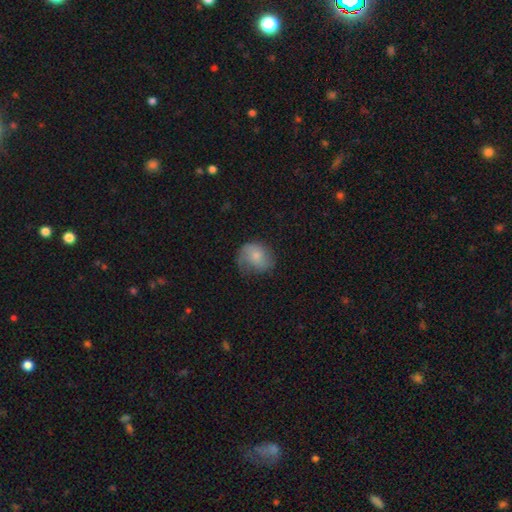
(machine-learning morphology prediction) type=smooth (60%); roundness=round (67%); merging=none (55%).